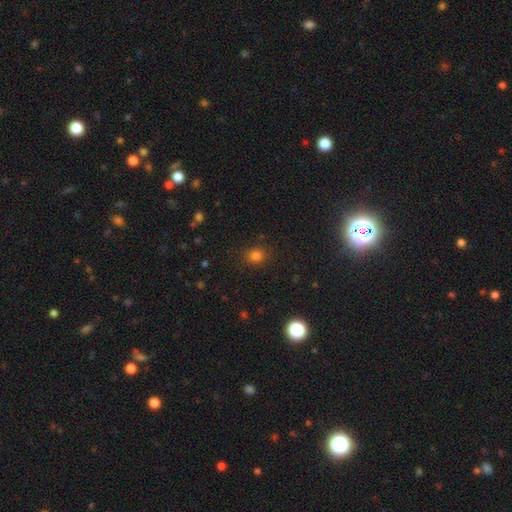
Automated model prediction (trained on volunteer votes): Morphology: type=smooth (79%); roundness=round (80%); merging=none (88%).